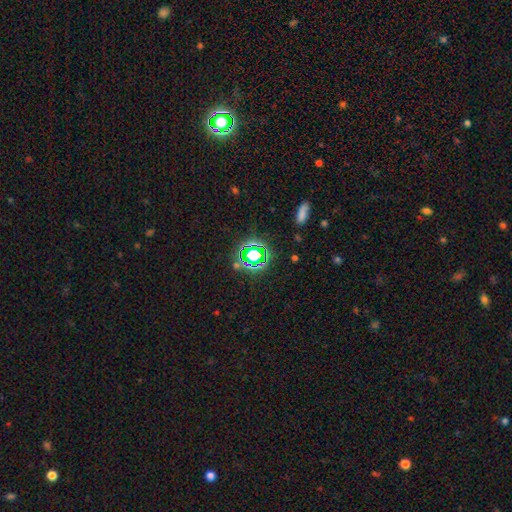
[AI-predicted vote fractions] Smooth or featured? star or artifact (66%)